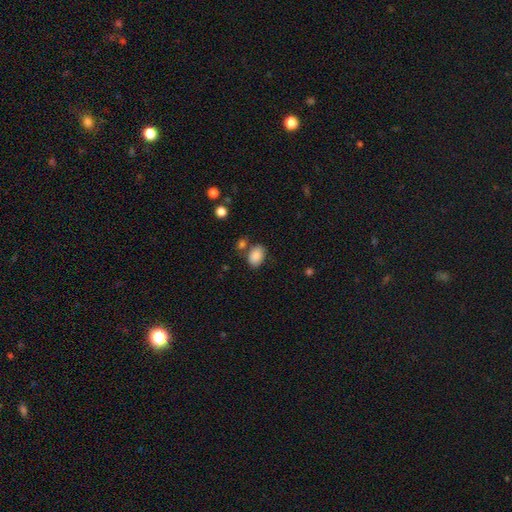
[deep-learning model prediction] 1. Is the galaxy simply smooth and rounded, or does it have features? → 87% smooth, 8% star or artifact, 5% featured or disk.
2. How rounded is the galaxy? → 78% in between, 21% round, 1% cigar-shaped.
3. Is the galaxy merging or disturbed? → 69% none, 16% minor disturbance, 10% merger, 4% major disturbance.